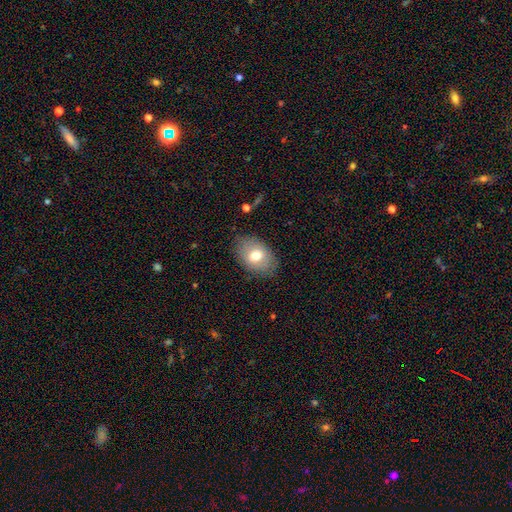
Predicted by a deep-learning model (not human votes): This is likely a smooth galaxy (72%). How rounded: clearly in between (83%). Merging: clearly none (82%).